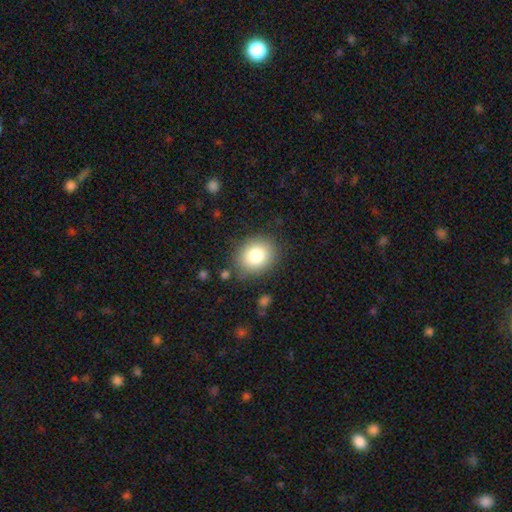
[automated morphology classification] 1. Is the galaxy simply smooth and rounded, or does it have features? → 81% smooth, 10% star or artifact, 10% featured or disk.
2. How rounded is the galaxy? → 62% round, 38% in between, 1% cigar-shaped.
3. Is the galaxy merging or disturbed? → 84% none, 11% minor disturbance, 4% major disturbance, 2% merger.